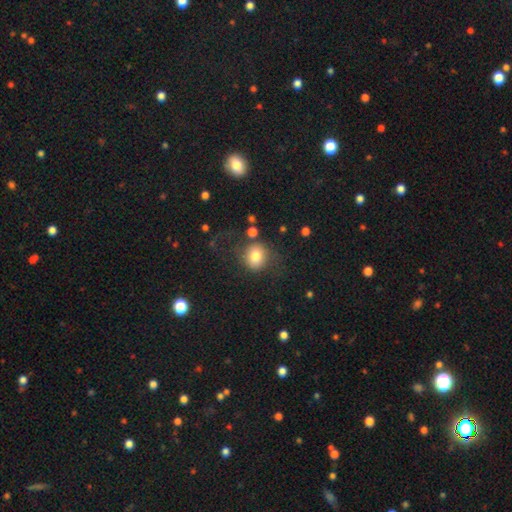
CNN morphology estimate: A smooth galaxy with no disk features (77%) that is round (80%).

Vote fractions:
- Smooth or featured? smooth: 77% / featured or disk: 12% / star or artifact: 11%
- How rounded? round: 80% / in between: 19% / cigar-shaped: 1%
- Merging? none: 63% / minor disturbance: 16% / major disturbance: 16% / merger: 5%